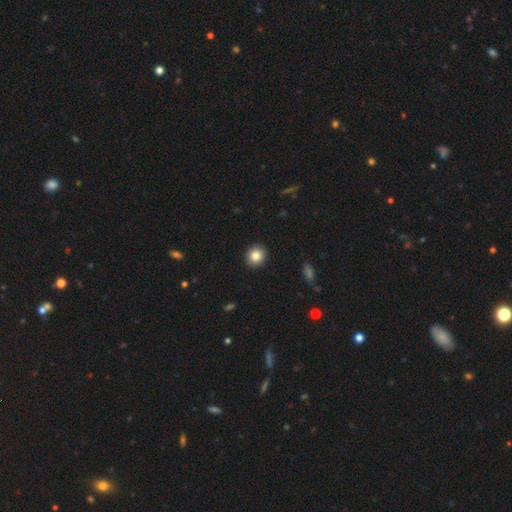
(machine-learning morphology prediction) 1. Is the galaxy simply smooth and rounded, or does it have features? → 85% smooth, 9% star or artifact, 6% featured or disk.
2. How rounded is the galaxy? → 79% round, 20% in between, 1% cigar-shaped.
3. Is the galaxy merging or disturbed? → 92% none, 6% minor disturbance, 2% major disturbance, 1% merger.